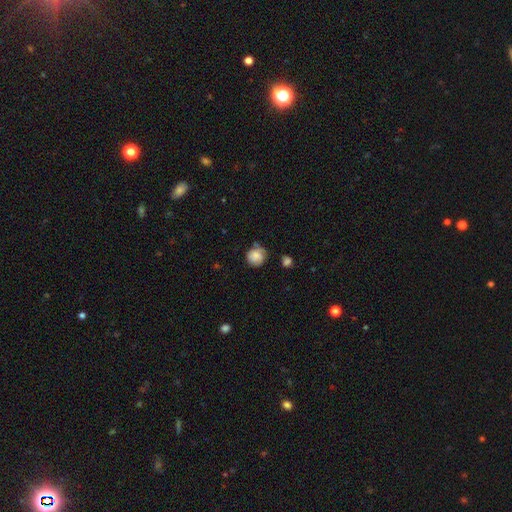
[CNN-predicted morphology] smooth_or_featured: smooth (p=0.74) [alt: featured or disk p=0.17]
how_rounded: round (p=0.87) [alt: in between p=0.12]
merging: none (p=0.63) [alt: minor disturbance p=0.26]